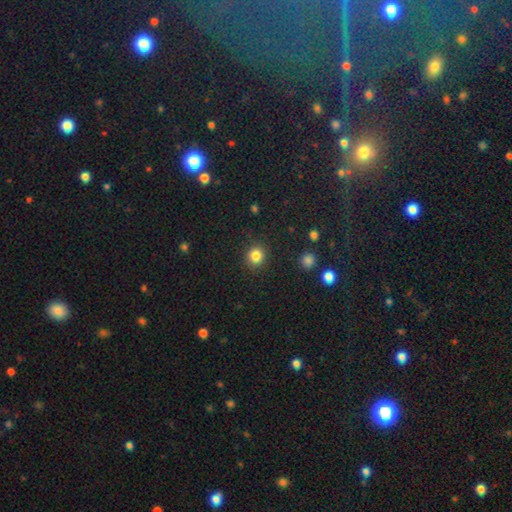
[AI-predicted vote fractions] Smooth or featured? smooth (84%)
How rounded? round (86%)
Merging? none (90%)